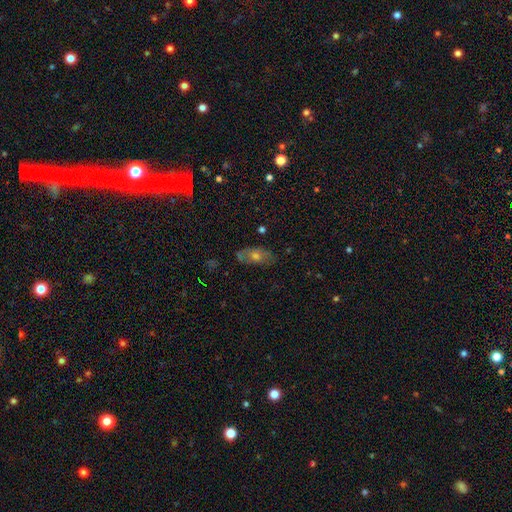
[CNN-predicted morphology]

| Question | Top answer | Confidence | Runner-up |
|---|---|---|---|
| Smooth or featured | smooth | 51% | featured or disk (38%) |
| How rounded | in between | 85% | round (9%) |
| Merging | none | 72% | minor disturbance (20%) |